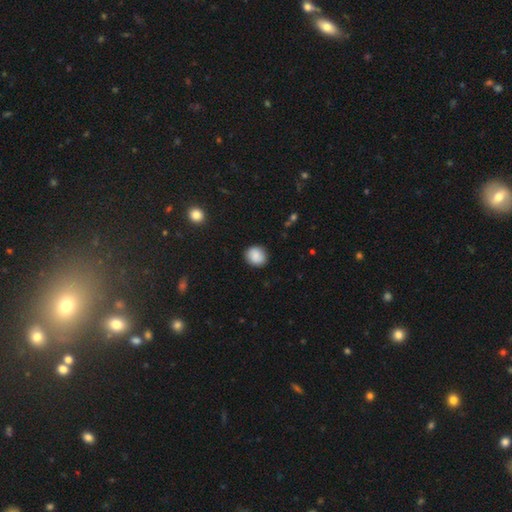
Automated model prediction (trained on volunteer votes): A smooth galaxy with no disk features (87%) that is round (77%).

Vote fractions:
- Smooth or featured? smooth: 87% / star or artifact: 8% / featured or disk: 5%
- How rounded? round: 77% / in between: 23% / cigar-shaped: 1%
- Merging? none: 88% / minor disturbance: 9% / major disturbance: 2% / merger: 1%